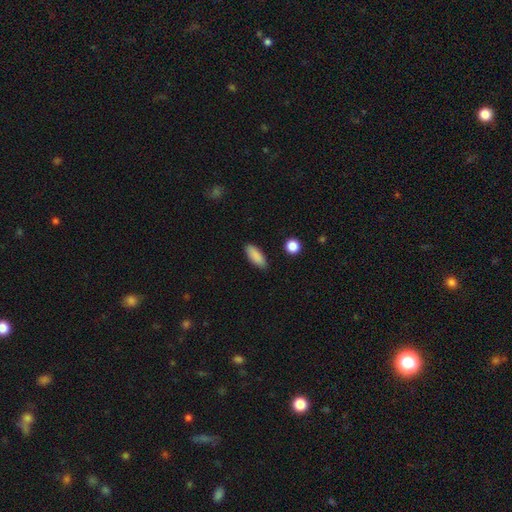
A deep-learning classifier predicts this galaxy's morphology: smooth_or_featured: smooth (p=0.88) [alt: star or artifact p=0.07]
how_rounded: in between (p=0.75) [alt: cigar-shaped p=0.23]
merging: none (p=0.88) [alt: minor disturbance p=0.09]